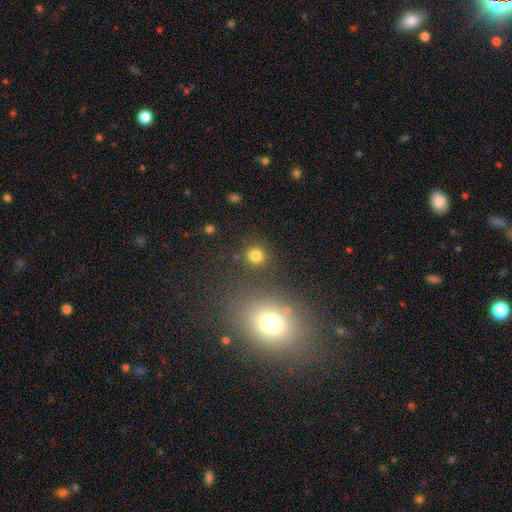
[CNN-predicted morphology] Smooth or featured? Predicted: smooth (p=0.80). How rounded? Predicted: round (p=0.90). Merging? Predicted: none (p=0.84).